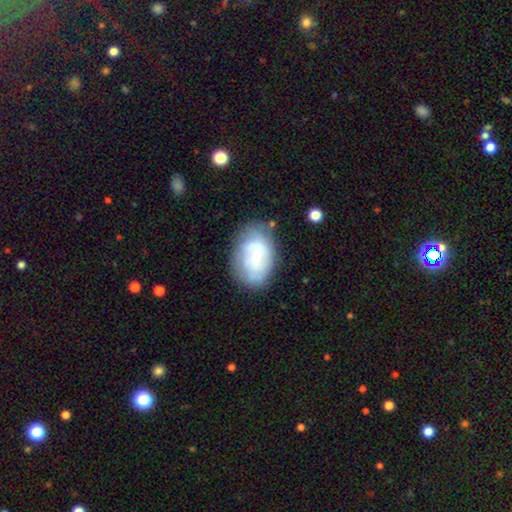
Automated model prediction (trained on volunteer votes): The model was most divided on "smooth or featured": smooth: 52%, featured or disk: 40%, star or artifact: 8%. More confident: how rounded — in between (84%); merging — none (61%).